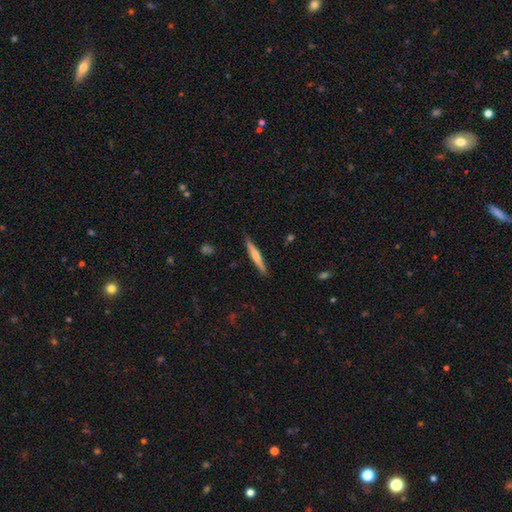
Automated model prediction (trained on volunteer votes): This appears to be a smooth galaxy with no disk features (52%) that is cigar-shaped (94%). Merging: none (87%).